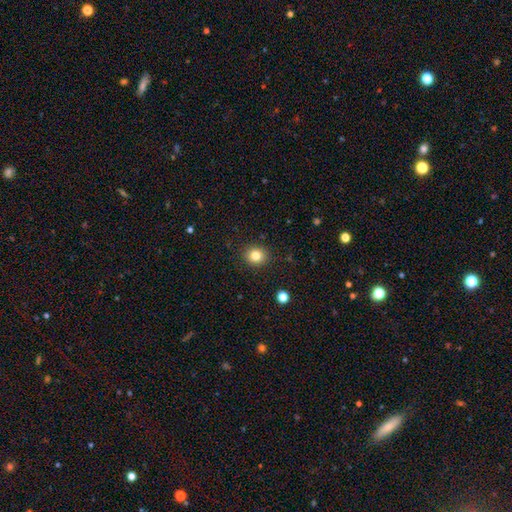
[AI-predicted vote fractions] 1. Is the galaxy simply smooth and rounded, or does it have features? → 82% smooth, 11% star or artifact, 7% featured or disk.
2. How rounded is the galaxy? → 79% round, 20% in between, 1% cigar-shaped.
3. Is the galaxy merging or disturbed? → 90% none, 7% minor disturbance, 2% major disturbance, 1% merger.